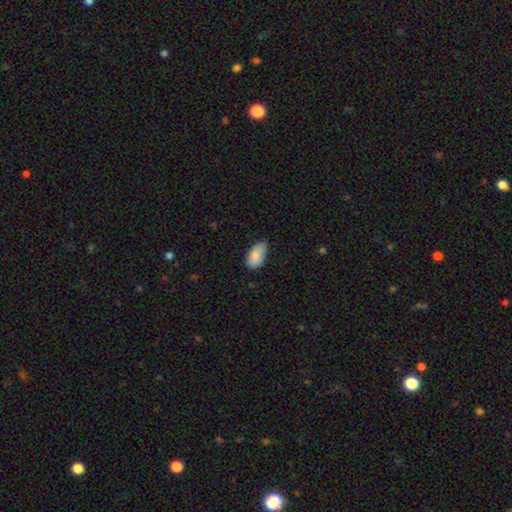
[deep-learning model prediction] A smooth galaxy with no disk features (86%) that is in between round and cigar-shaped (94%).

Vote fractions:
- Smooth or featured? smooth: 86% / featured or disk: 8% / star or artifact: 7%
- How rounded? in between: 94% / round: 3% / cigar-shaped: 2%
- Merging? none: 67% / minor disturbance: 27% / major disturbance: 4% / merger: 1%